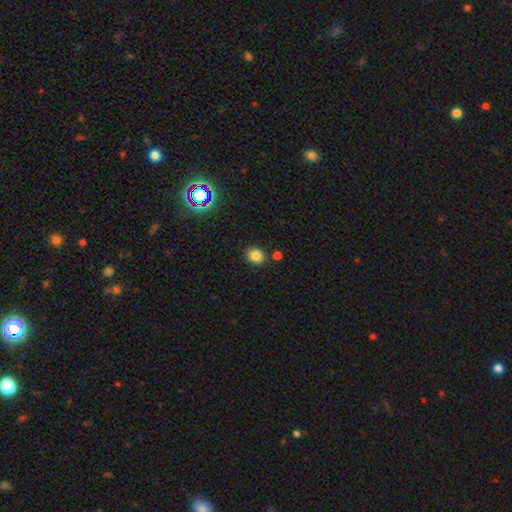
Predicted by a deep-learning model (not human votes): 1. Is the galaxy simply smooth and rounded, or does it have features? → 81% smooth, 12% star or artifact, 6% featured or disk.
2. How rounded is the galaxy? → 58% round, 41% in between, 1% cigar-shaped.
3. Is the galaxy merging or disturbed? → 80% none, 10% minor disturbance, 7% merger, 3% major disturbance.